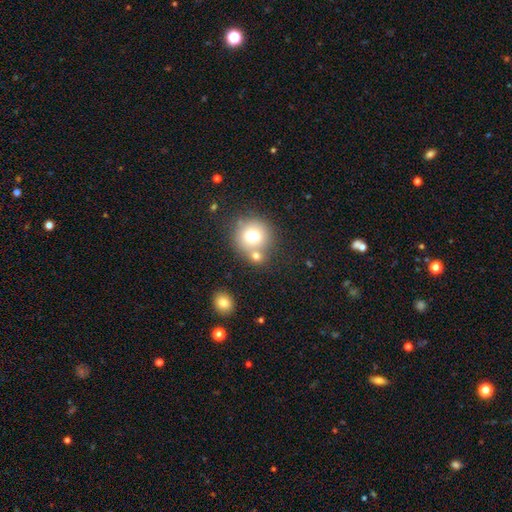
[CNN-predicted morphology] This appears to be a smooth galaxy with no disk features (72%) that is round (86%). Merging: none (56%).